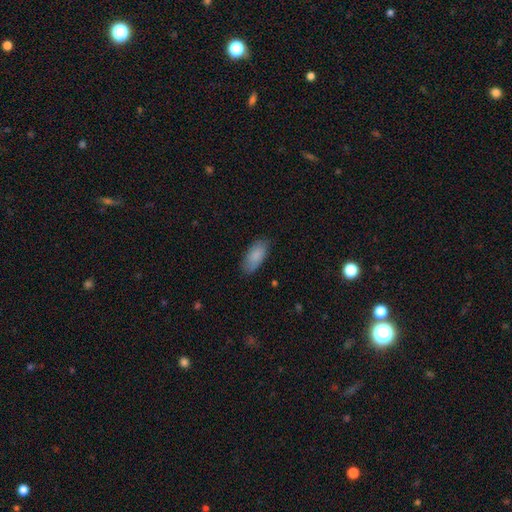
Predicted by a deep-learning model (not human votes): The model was most divided on "merging": none: 80%, minor disturbance: 15%, major disturbance: 3%, merger: 1%. More confident: how rounded — in between (89%); smooth or featured — smooth (86%).